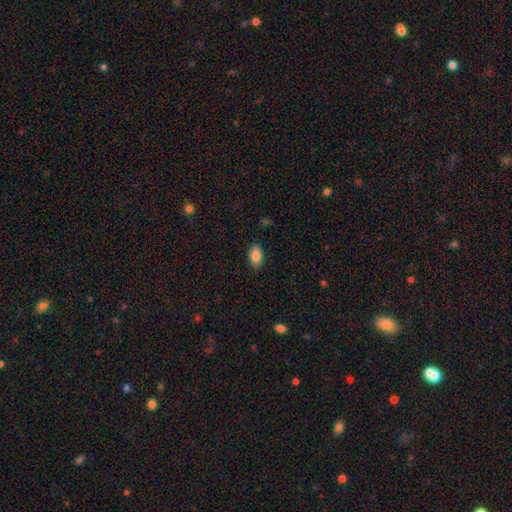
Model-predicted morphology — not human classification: Q: Smooth or featured?
A: smooth (86%); runner-up: star or artifact (8%)
Q: How rounded?
A: in between (89%); runner-up: round (9%)
Q: Merging?
A: none (86%); runner-up: minor disturbance (11%)